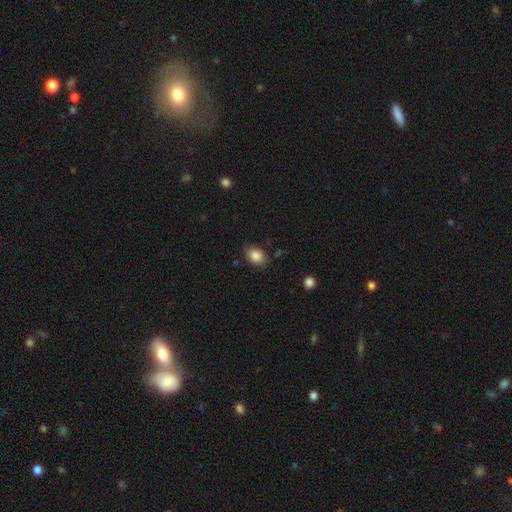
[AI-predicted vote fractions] Smooth or featured? smooth (86%)
How rounded? in between (74%)
Merging? none (79%)